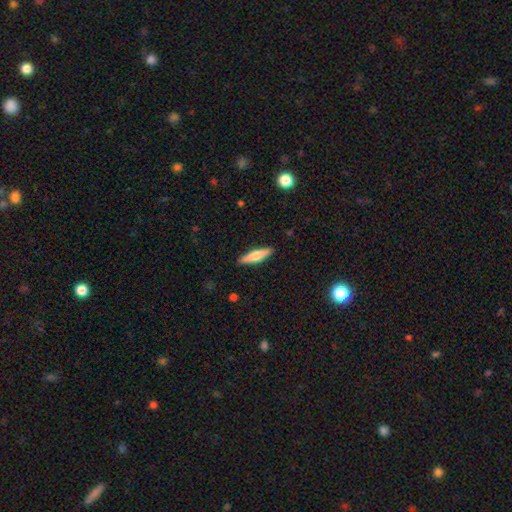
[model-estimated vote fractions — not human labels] Smooth or featured? Predicted: smooth (p=0.54). How rounded? Predicted: cigar-shaped (p=0.76). Merging? Predicted: none (p=0.90).